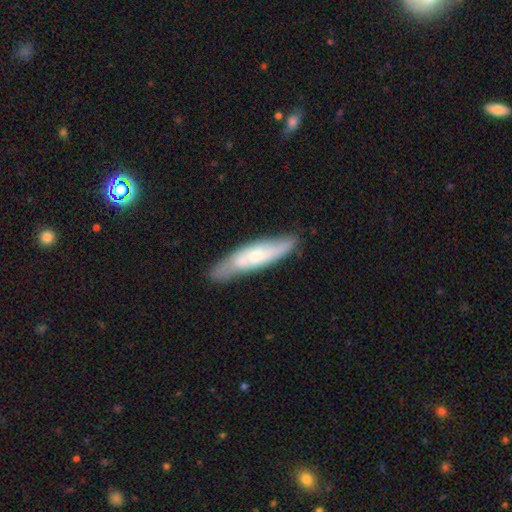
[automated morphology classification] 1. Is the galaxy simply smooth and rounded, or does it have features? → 49% smooth, 45% featured or disk, 6% star or artifact.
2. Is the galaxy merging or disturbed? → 74% none, 19% minor disturbance, 4% major disturbance, 3% merger.